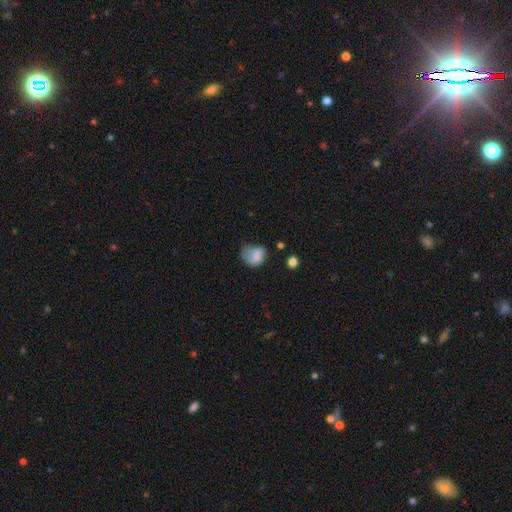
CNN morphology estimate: smooth_or_featured: smooth (p=0.69) [alt: featured or disk p=0.21]
how_rounded: in between (p=0.51) [alt: round p=0.48]
merging: minor disturbance (p=0.36) [alt: none p=0.32]